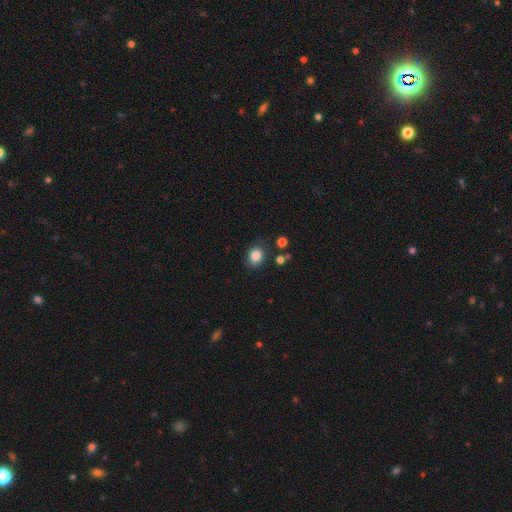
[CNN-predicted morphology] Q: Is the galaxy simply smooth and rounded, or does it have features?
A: smooth — 84%.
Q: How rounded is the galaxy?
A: round — 61%.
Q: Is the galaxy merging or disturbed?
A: none — 79%.